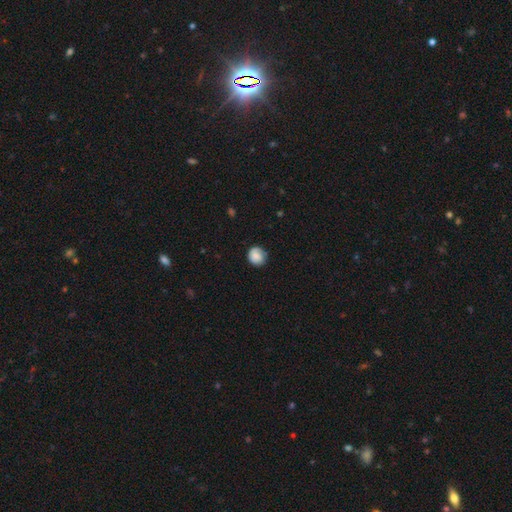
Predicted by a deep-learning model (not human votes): Q: Smooth or featured?
A: smooth (76%); runner-up: featured or disk (16%)
Q: How rounded?
A: round (85%); runner-up: in between (14%)
Q: Merging?
A: none (74%); runner-up: minor disturbance (19%)